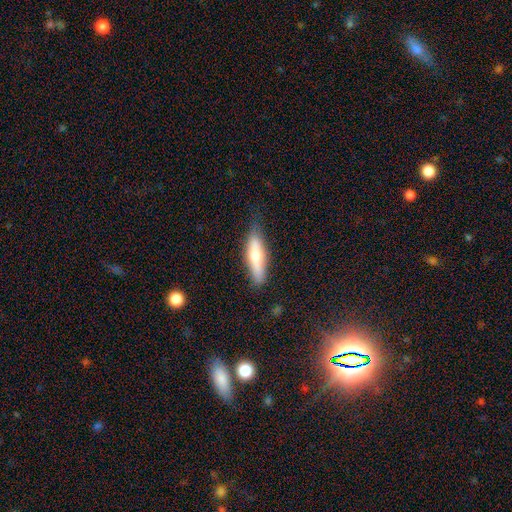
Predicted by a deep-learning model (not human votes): This is possibly a smooth galaxy (58%). How rounded: likely cigar-shaped (66%). Merging: likely none (76%).